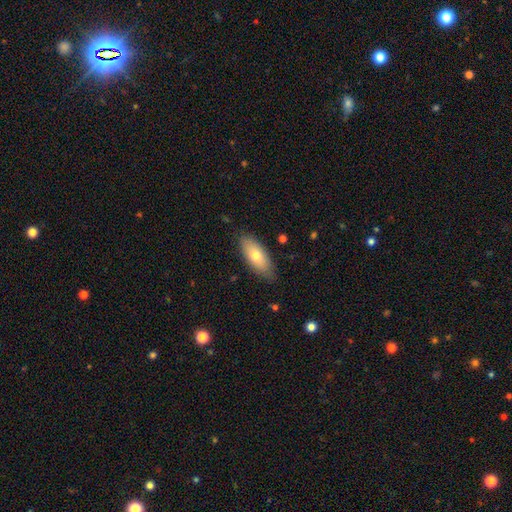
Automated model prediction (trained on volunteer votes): Smooth or featured?
  - smooth: 70% *
  - featured or disk: 23%
  - star or artifact: 7%
How rounded?
  - in between: 80% *
  - cigar-shaped: 17%
  - round: 3%
Merging?
  - none: 82% *
  - minor disturbance: 14%
  - major disturbance: 3%
  - merger: 1%